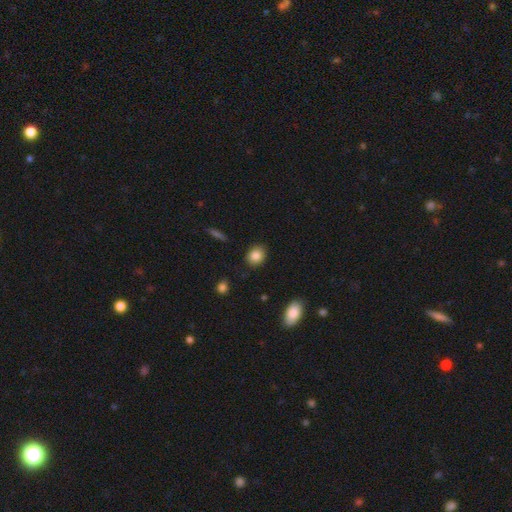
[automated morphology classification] This is clearly a smooth galaxy (86%). How rounded: possibly round (51%). Merging: clearly none (86%).